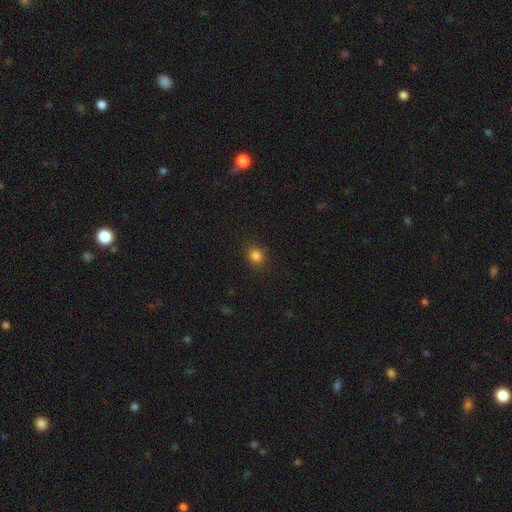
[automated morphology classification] Smooth or featured?
  - smooth: 82% *
  - star or artifact: 13%
  - featured or disk: 5%
How rounded?
  - round: 80% *
  - in between: 19%
  - cigar-shaped: 1%
Merging?
  - none: 88% *
  - minor disturbance: 8%
  - major disturbance: 2%
  - merger: 1%